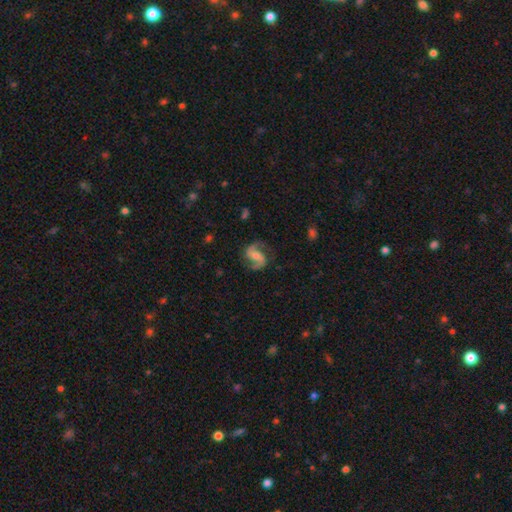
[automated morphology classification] featured or disk 89%, smooth 6%, star or artifact 5%. Down the decision tree: edge-on disk — no (98%); bar — weak (42%); spiral arms — yes (98%); spiral arm count — 2 (94%); spiral winding — medium (50%); bulge size — moderate (44%); merging — none (80%).